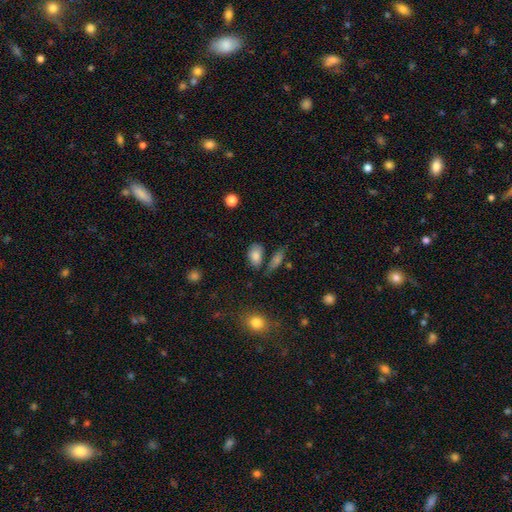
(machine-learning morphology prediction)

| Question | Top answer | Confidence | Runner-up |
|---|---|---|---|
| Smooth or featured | smooth | 83% | star or artifact (9%) |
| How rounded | in between | 87% | round (10%) |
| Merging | none | 63% | minor disturbance (18%) |